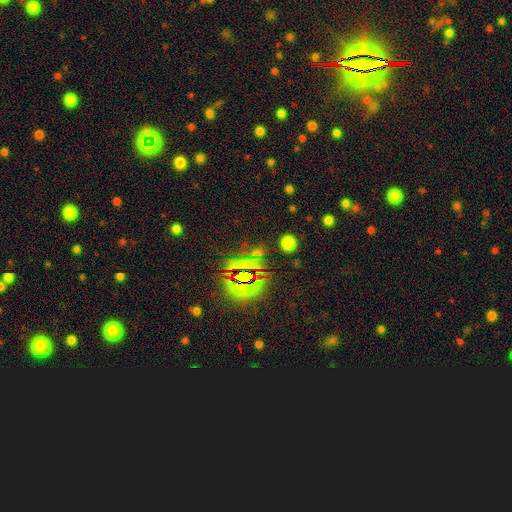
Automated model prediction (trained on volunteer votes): star or artifact 58%, smooth 34%, featured or disk 8%.